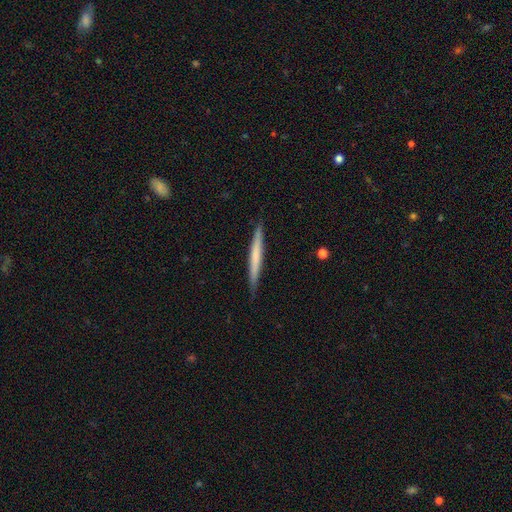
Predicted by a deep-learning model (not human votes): A smooth galaxy with no disk features (52%) that is cigar-shaped (97%).

Vote fractions:
- Smooth or featured? smooth: 52% / featured or disk: 43% / star or artifact: 5%
- How rounded? cigar-shaped: 97% / in between: 2% / round: 1%
- Merging? none: 89% / minor disturbance: 8% / major disturbance: 1% / merger: 1%